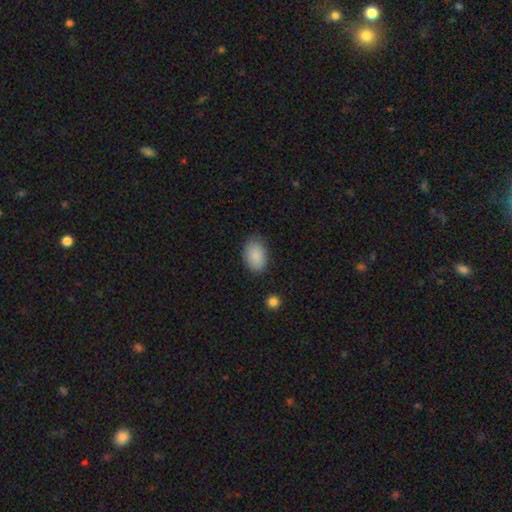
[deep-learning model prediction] Smooth or featured? Predicted: smooth (p=0.89). How rounded? Predicted: in between (p=0.88). Merging? Predicted: none (p=0.80).